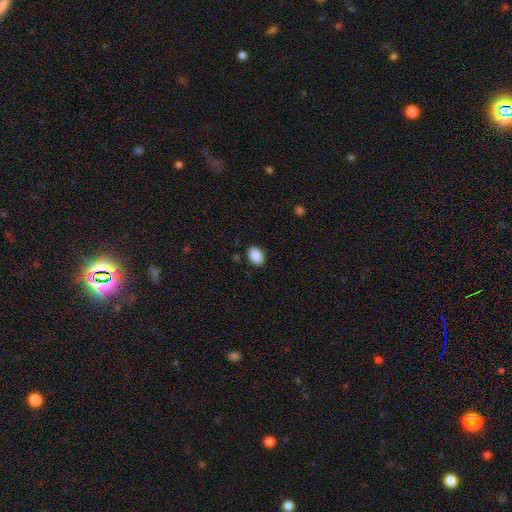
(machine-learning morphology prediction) smooth-or-featured: smooth: 89% | star or artifact: 8% | featured or disk: 3%
  how-rounded: in between: 84% | round: 15% | cigar-shaped: 1%
  merging: none: 88% | minor disturbance: 9% | major disturbance: 2% | merger: 1%